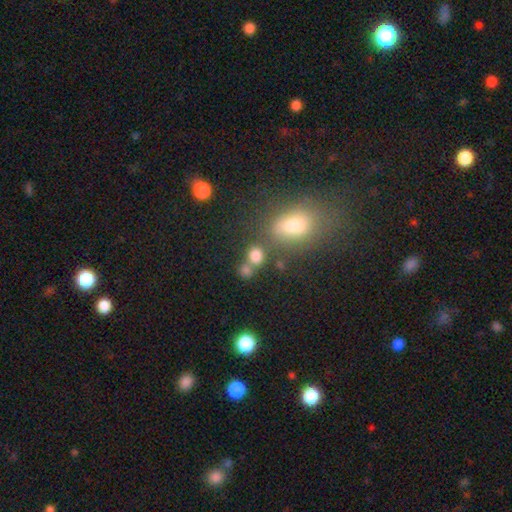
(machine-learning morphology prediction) Smooth or featured? Predicted: smooth (p=0.77). How rounded? Predicted: round (p=0.64). Merging? Predicted: none (p=0.53).